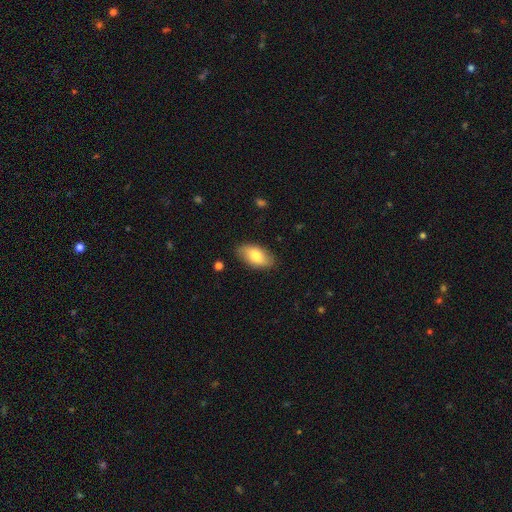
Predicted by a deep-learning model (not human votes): A smooth galaxy with no disk features (77%) that is in between round and cigar-shaped (93%). Merging: none (83%).